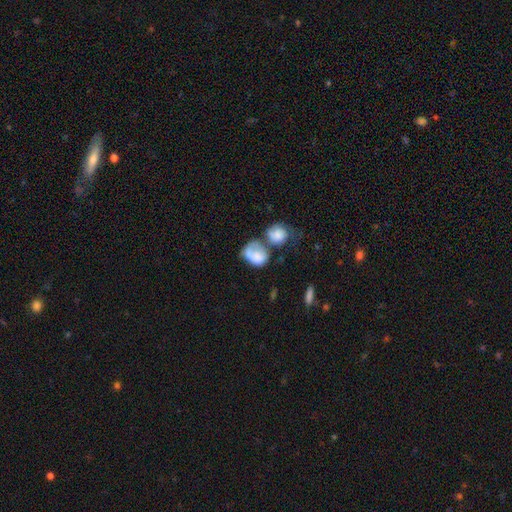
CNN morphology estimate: This appears to be a smooth galaxy with no disk features (69%) that is in between round and cigar-shaped (53%). Merging: merger (49%).